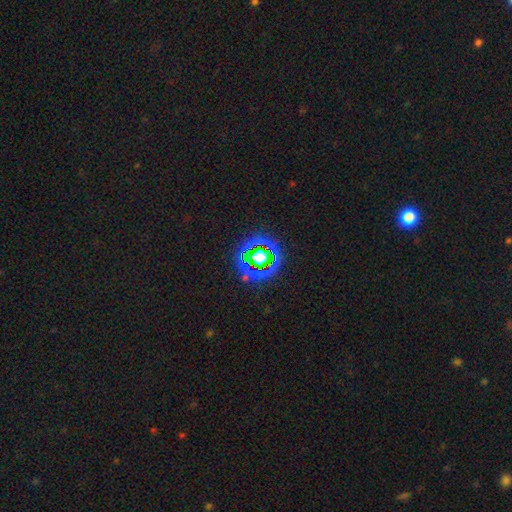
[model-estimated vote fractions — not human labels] The model was most divided on "smooth or featured": star or artifact: 69%, smooth: 19%, featured or disk: 12%.